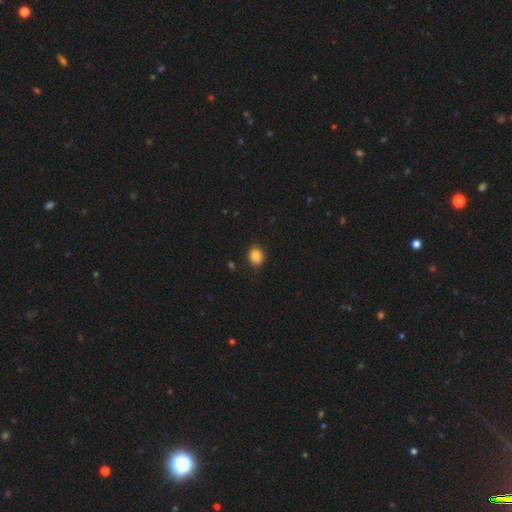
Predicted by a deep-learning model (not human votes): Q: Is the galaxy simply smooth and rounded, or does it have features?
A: smooth — 85%.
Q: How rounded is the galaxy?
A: round — 67%.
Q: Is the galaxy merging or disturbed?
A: none — 84%.